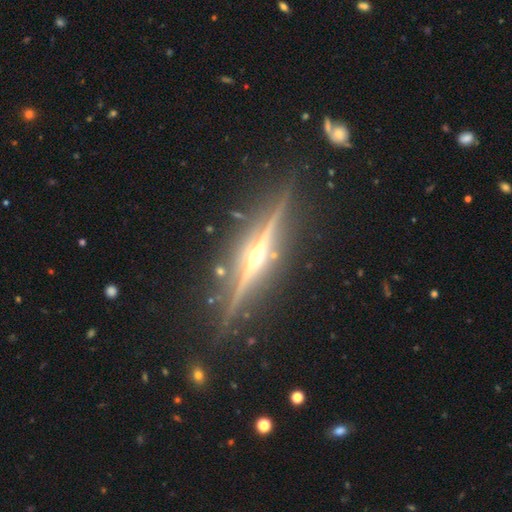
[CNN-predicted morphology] This appears to be a featured or disk galaxy (88%) viewed edge-on (97%) with a rounded central bulge (94%). Merging: none (87%).